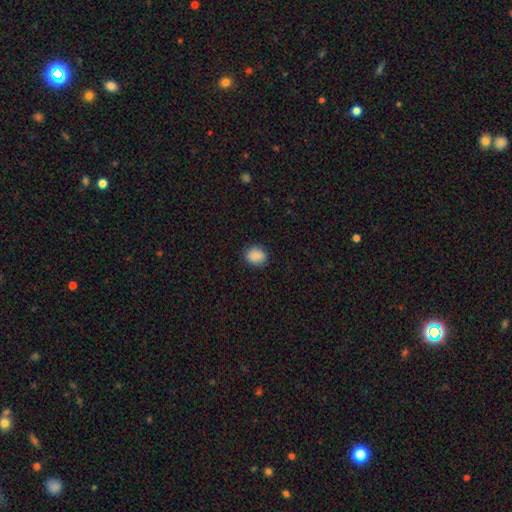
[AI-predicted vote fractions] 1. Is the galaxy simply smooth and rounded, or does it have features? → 87% smooth, 8% star or artifact, 4% featured or disk.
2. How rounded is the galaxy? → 60% round, 39% in between, 1% cigar-shaped.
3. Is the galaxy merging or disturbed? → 85% none, 11% minor disturbance, 3% major disturbance, 1% merger.